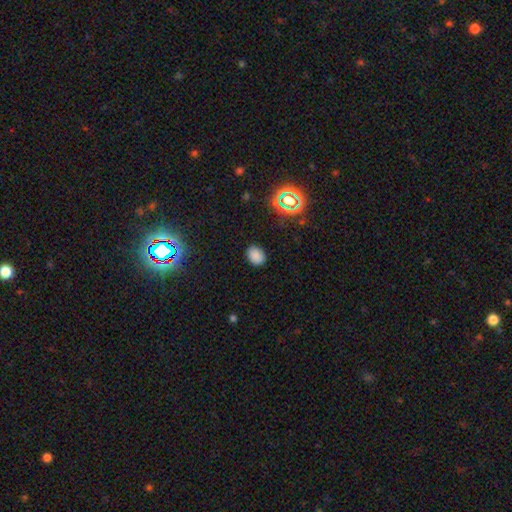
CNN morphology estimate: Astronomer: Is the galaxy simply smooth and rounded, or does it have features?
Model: smooth — 80%.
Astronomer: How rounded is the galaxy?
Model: in between — 63%.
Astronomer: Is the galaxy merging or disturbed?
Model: none — 86%.